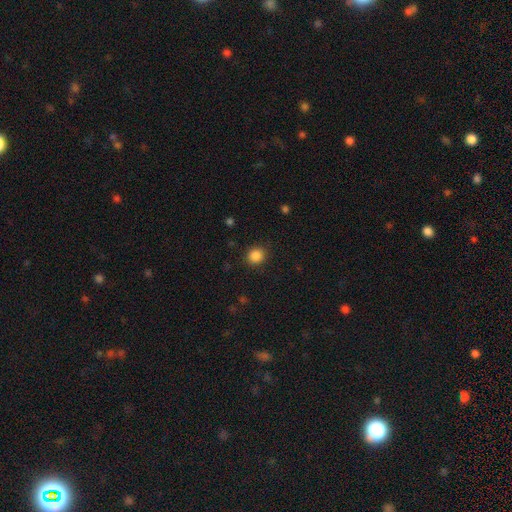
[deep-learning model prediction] Morphology: type=smooth (86%); roundness=round (82%); merging=none (89%).